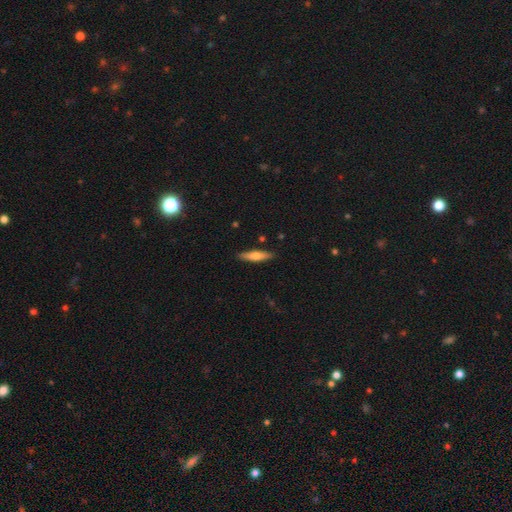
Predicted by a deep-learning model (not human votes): This appears to be a smooth galaxy with no disk features (56%) that is cigar-shaped (79%). Merging: none (88%).